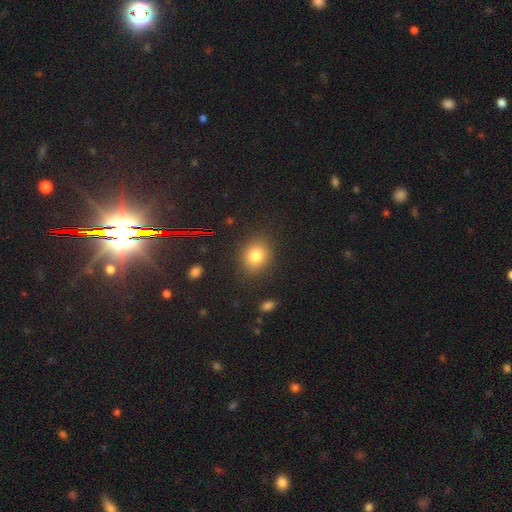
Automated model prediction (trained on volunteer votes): The model was most divided on "how rounded": round: 63%, in between: 36%, cigar-shaped: 1%. More confident: merging — none (86%); smooth or featured — smooth (79%).